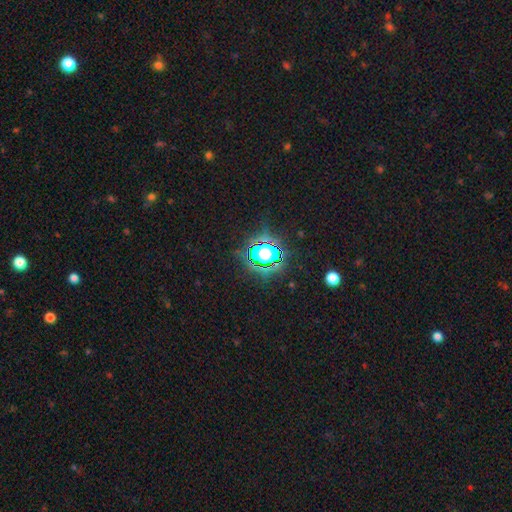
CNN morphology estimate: smooth_or_featured: star or artifact (p=0.81) [alt: smooth p=0.12]